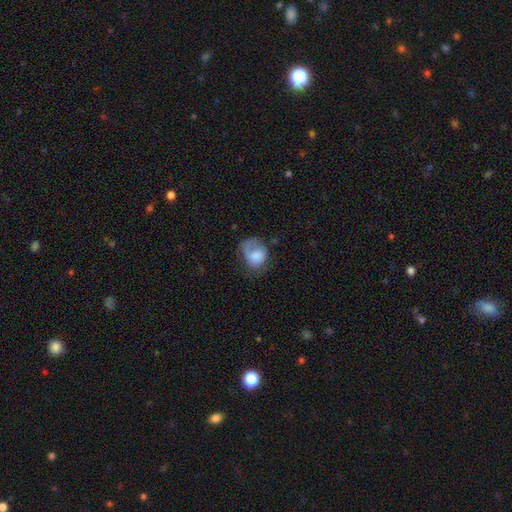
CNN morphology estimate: type=smooth (62%); roundness=in between (53%); merging=major disturbance (35%, tied with none).